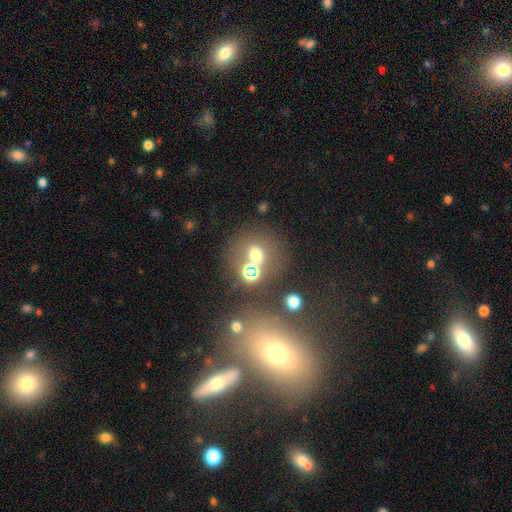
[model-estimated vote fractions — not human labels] Q: Smooth or featured?
A: smooth (58%); runner-up: star or artifact (28%)
Q: How rounded?
A: round (72%); runner-up: in between (27%)
Q: Merging?
A: none (59%); runner-up: merger (21%)